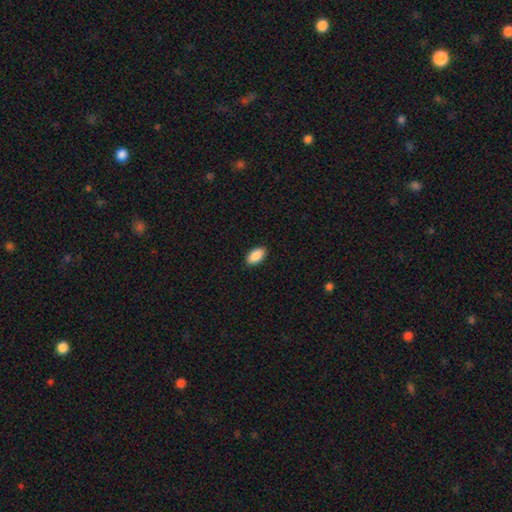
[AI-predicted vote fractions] Smooth or featured? Predicted: smooth (p=0.90). How rounded? Predicted: in between (p=0.95). Merging? Predicted: none (p=0.90).